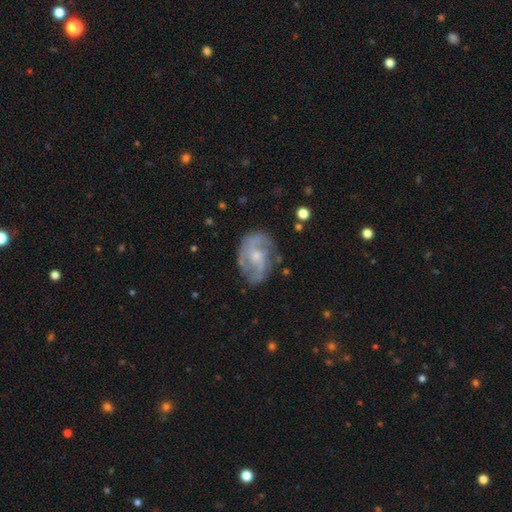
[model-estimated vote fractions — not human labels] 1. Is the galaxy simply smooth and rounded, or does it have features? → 81% featured or disk, 13% smooth, 6% star or artifact.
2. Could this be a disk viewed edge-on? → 97% no, 3% yes.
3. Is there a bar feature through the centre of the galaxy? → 59% no, 34% weak, 6% strong.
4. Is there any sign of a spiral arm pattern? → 90% yes, 10% no.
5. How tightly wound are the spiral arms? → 47% medium, 34% tight, 19% loose.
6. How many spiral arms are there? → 53% 2, 20% can't tell, 16% 3, 4% 1, 4% 4, 3% more than 4.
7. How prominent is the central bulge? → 47% small, 43% moderate, 7% none, 3% large, 1% dominant.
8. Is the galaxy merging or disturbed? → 69% none, 19% minor disturbance, 9% major disturbance, 2% merger.